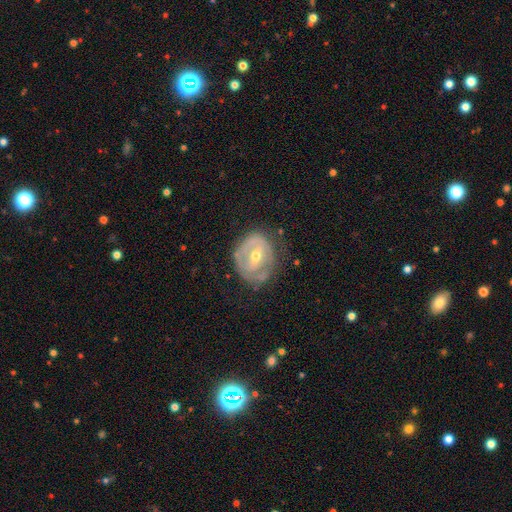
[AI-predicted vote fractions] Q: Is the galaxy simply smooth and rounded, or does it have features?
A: featured or disk — 74%.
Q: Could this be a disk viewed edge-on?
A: no — 95%.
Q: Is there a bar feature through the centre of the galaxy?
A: weak — 42%.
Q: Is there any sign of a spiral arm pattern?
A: yes — 53%.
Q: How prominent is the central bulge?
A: moderate — 60%.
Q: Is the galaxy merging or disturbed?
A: none — 61%.